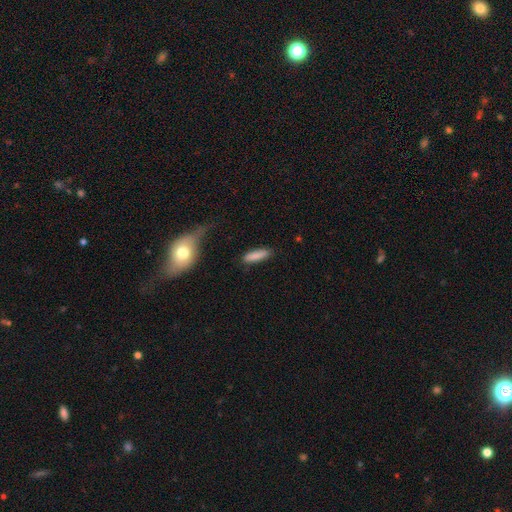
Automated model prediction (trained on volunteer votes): Smooth or featured?
  - smooth: 85% *
  - featured or disk: 8%
  - star or artifact: 6%
How rounded?
  - cigar-shaped: 65% *
  - in between: 33%
  - round: 2%
Merging?
  - none: 81% *
  - minor disturbance: 14%
  - major disturbance: 3%
  - merger: 3%